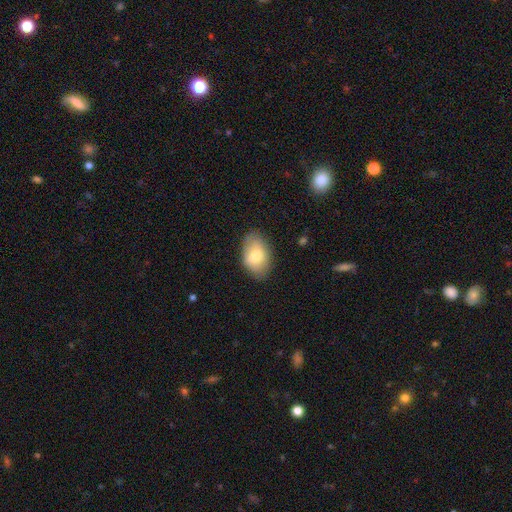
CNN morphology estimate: Smooth or featured? Predicted: smooth (p=0.76). How rounded? Predicted: in between (p=0.89). Merging? Predicted: none (p=0.79).